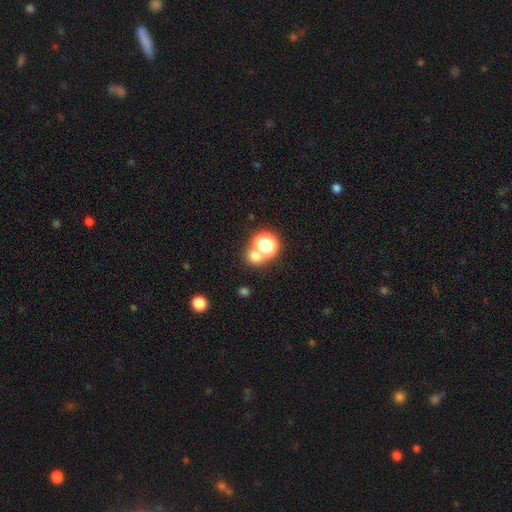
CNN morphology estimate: Overall: smooth (66%; star or artifact 26%). How rounded: round (81%). Merging: none (59%; merger 30%).